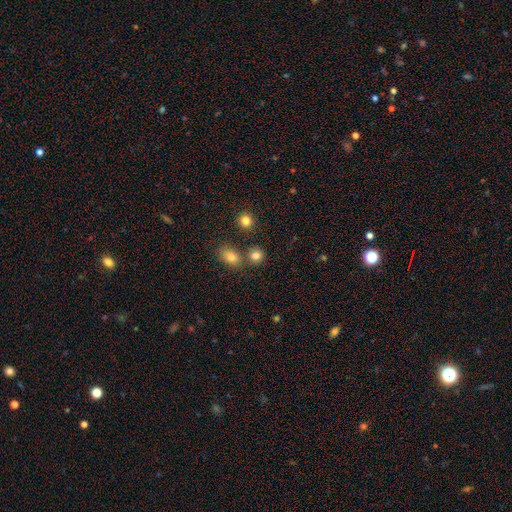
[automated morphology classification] Q: Smooth or featured?
A: smooth (81%); runner-up: star or artifact (13%)
Q: How rounded?
A: round (75%); runner-up: in between (24%)
Q: Merging?
A: none (67%); runner-up: merger (20%)